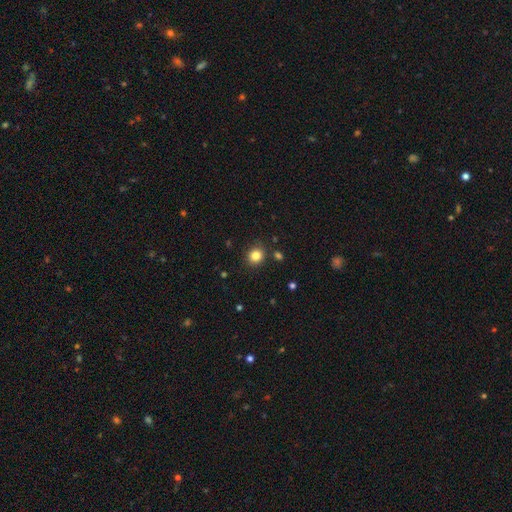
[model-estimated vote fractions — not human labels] smooth-or-featured: smooth: 83% | star or artifact: 12% | featured or disk: 5%
  how-rounded: round: 82% | in between: 17% | cigar-shaped: 1%
  merging: none: 86% | minor disturbance: 9% | merger: 3% | major disturbance: 3%